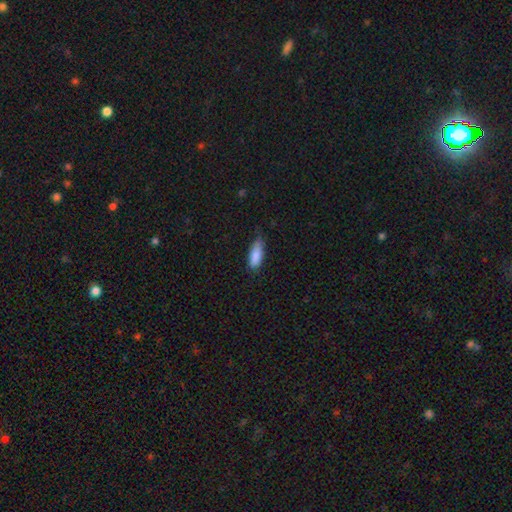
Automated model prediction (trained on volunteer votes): smooth-or-featured: smooth: 86% | featured or disk: 7% | star or artifact: 6%
  how-rounded: in between: 67% | cigar-shaped: 31% | round: 2%
  merging: none: 63% | minor disturbance: 31% | major disturbance: 5% | merger: 1%